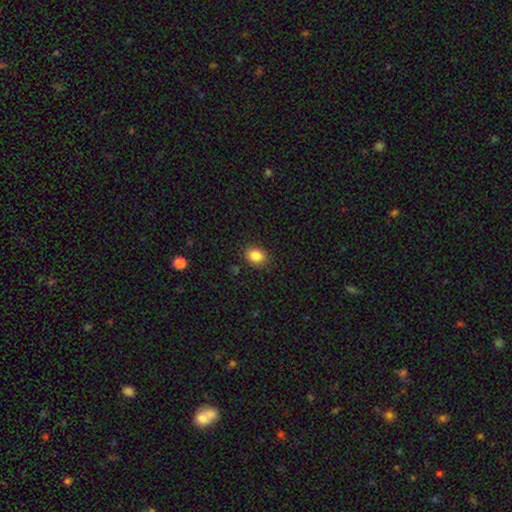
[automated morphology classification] Smooth or featured? Predicted: smooth (p=0.86). How rounded? Predicted: in between (p=0.55). Merging? Predicted: none (p=0.86).